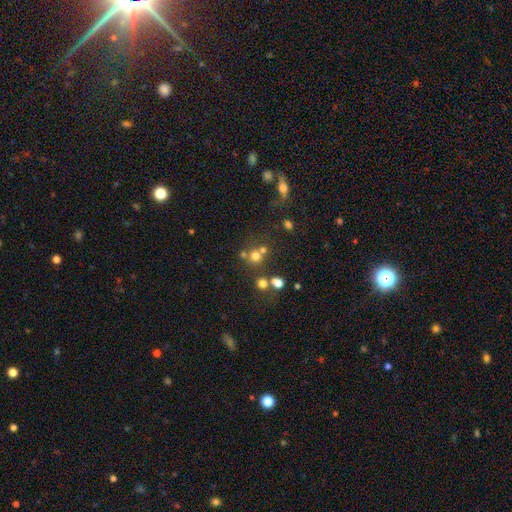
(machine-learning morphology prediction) smooth 45%, star or artifact 42%, featured or disk 13%. Down the decision tree: merging — none (54%).